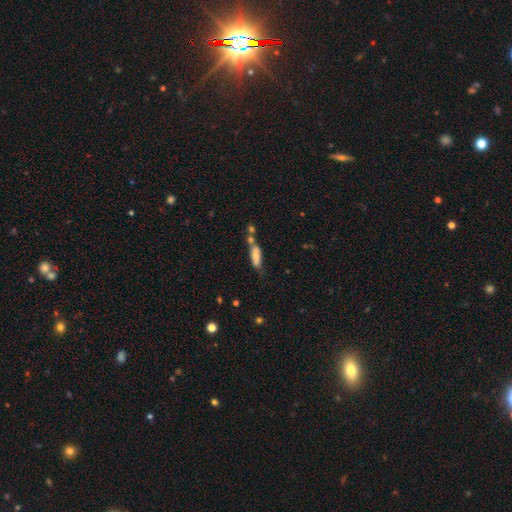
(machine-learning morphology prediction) Smooth or featured?
  - smooth: 68% *
  - featured or disk: 24%
  - star or artifact: 8%
How rounded?
  - in between: 49% *
  - cigar-shaped: 48%
  - round: 3%
Merging?
  - none: 40% *
  - merger: 30%
  - minor disturbance: 21%
  - major disturbance: 9%